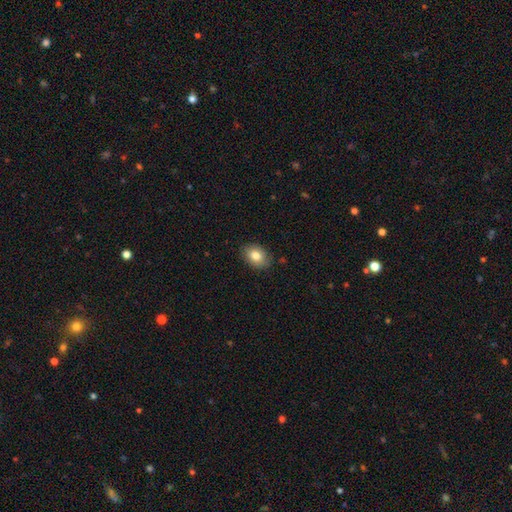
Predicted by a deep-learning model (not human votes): Smooth or featured?
  - smooth: 83% *
  - featured or disk: 10%
  - star or artifact: 8%
How rounded?
  - in between: 79% *
  - round: 20%
  - cigar-shaped: 1%
Merging?
  - none: 85% *
  - minor disturbance: 12%
  - major disturbance: 2%
  - merger: 1%